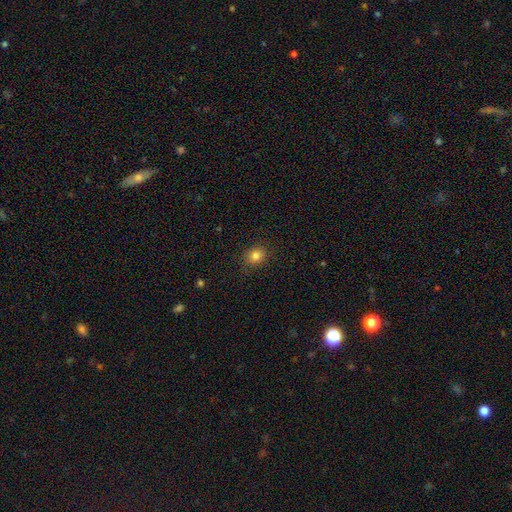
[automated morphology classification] A smooth galaxy with no disk features (82%) that is round (70%). Merging: none (88%).